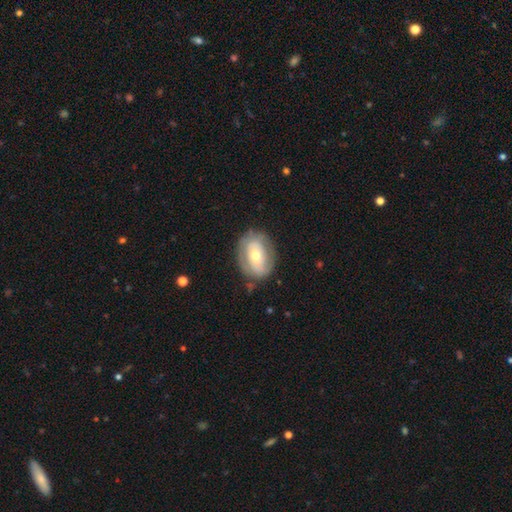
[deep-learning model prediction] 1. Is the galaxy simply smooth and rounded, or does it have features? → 52% featured or disk, 41% smooth, 7% star or artifact.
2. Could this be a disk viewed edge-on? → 94% no, 6% yes.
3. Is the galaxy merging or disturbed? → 74% none, 18% minor disturbance, 7% major disturbance, 2% merger.